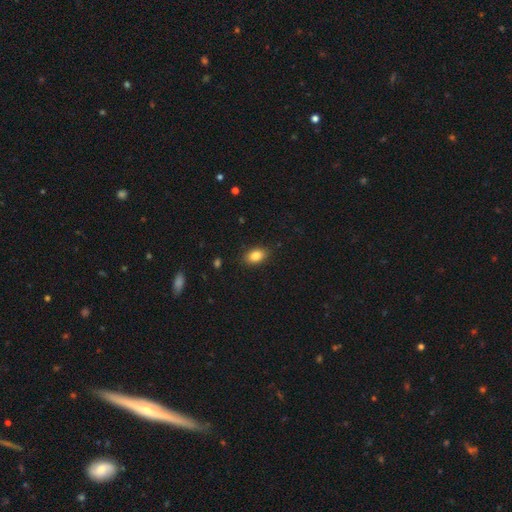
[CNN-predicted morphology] smooth_or_featured: smooth (p=0.84) [alt: star or artifact p=0.09]
how_rounded: in between (p=0.85) [alt: round p=0.13]
merging: none (p=0.86) [alt: minor disturbance p=0.10]